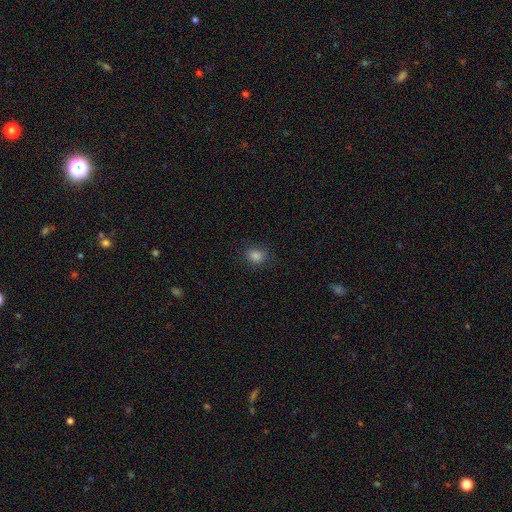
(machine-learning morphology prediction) smooth 83%, star or artifact 13%, featured or disk 4%. Down the decision tree: how rounded — round (67%); merging — none (85%).